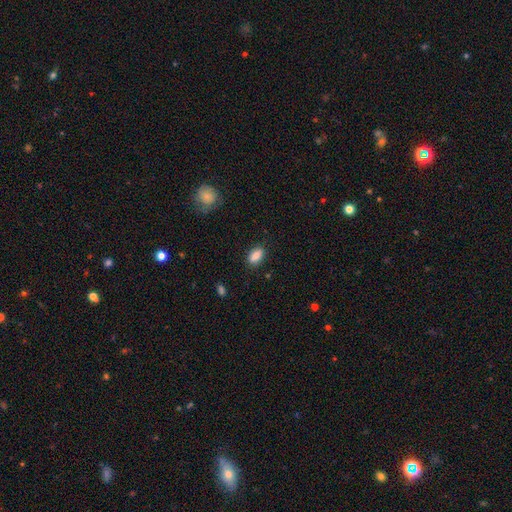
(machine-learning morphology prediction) smooth 83%, featured or disk 9%, star or artifact 8%. Down the decision tree: how rounded — in between (87%); merging — none (82%).